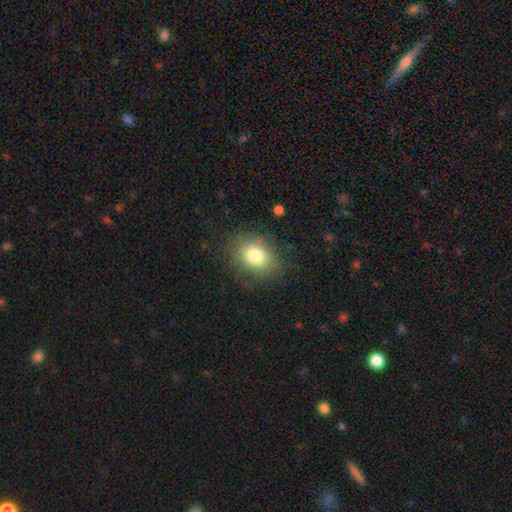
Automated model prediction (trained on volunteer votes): Morphology: type=smooth (80%); roundness=in between (54%); merging=none (80%).